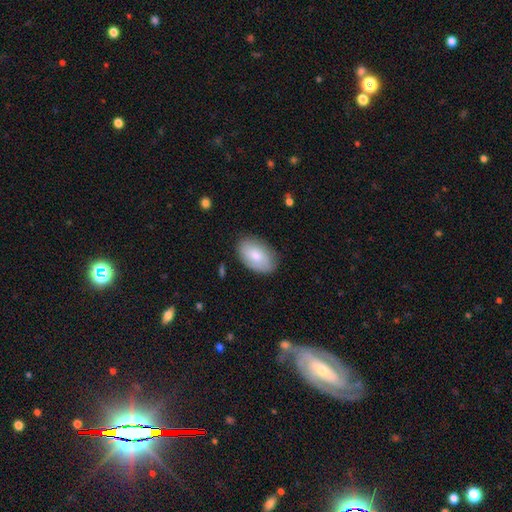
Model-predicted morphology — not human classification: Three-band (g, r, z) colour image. It shows a smooth galaxy with no disk features (78%) that is in between round and cigar-shaped (92%). Merging: none (81%).